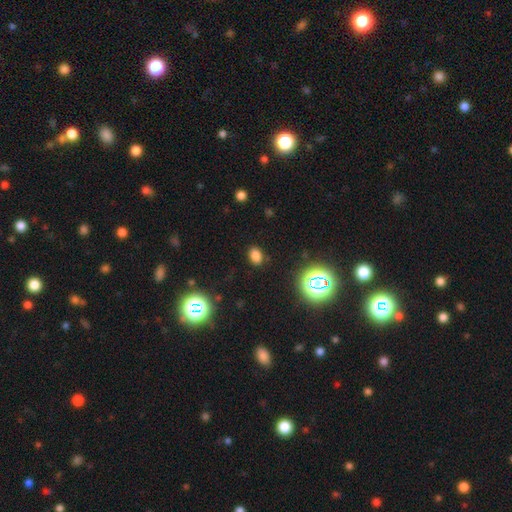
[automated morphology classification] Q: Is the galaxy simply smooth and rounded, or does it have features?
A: smooth — 75%.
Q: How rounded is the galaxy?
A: in between — 81%.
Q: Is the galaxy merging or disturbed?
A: none — 85%.